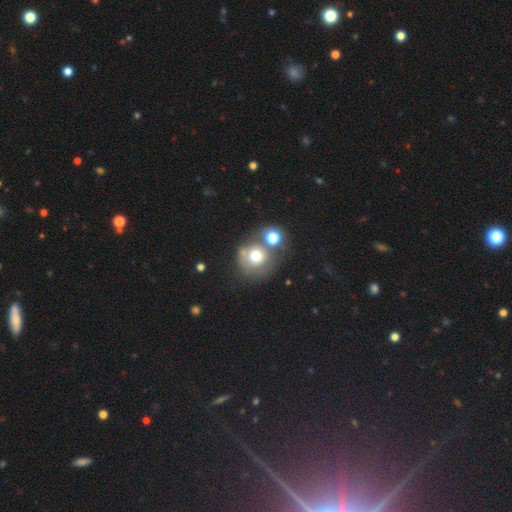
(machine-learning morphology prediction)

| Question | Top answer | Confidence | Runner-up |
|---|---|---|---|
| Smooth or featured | smooth | 65% | featured or disk (23%) |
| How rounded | round | 88% | in between (11%) |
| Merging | none | 43% | merger (36%) |